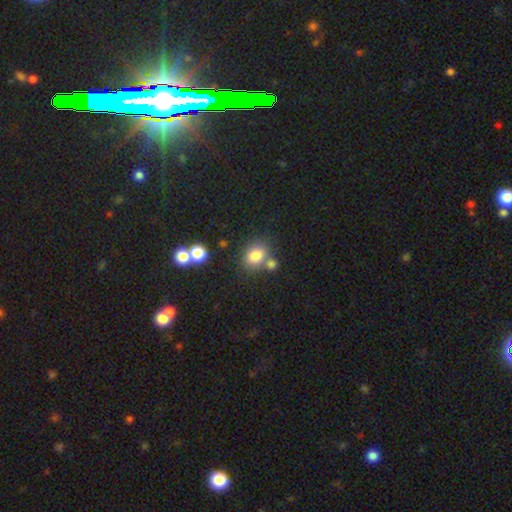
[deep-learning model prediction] Morphology: type=smooth (80%); roundness=in between (55%); merging=none (59%).